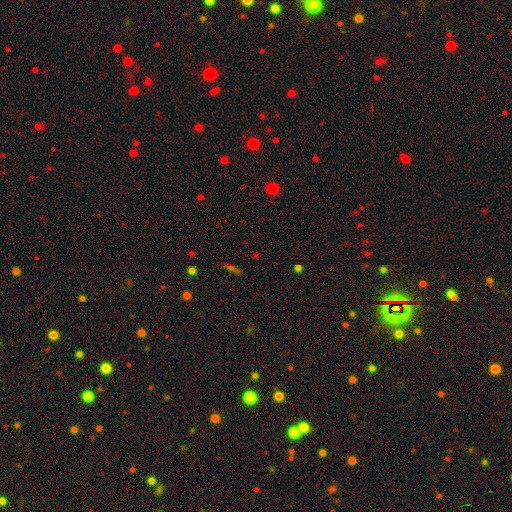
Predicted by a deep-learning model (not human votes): This is possibly a star or artifact rather than a galaxy (54%).